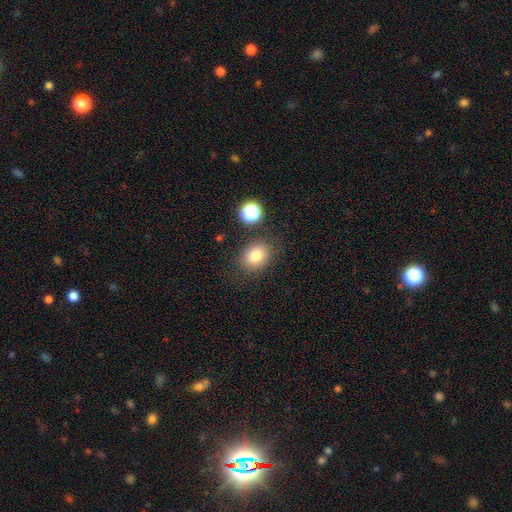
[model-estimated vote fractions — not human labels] Smooth or featured?
  - smooth: 81% *
  - star or artifact: 12%
  - featured or disk: 8%
How rounded?
  - round: 51% *
  - in between: 48%
  - cigar-shaped: 1%
Merging?
  - none: 79% *
  - minor disturbance: 12%
  - merger: 4%
  - major disturbance: 4%